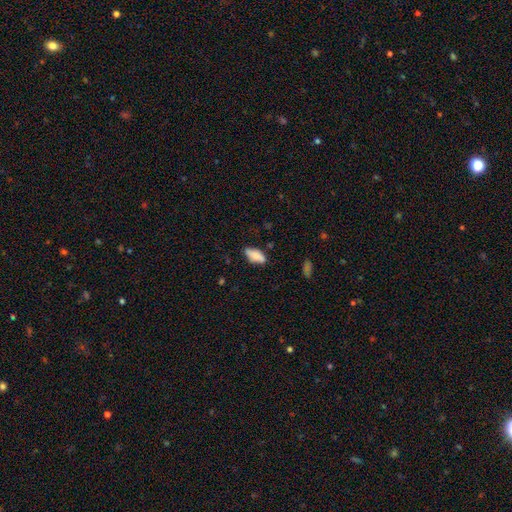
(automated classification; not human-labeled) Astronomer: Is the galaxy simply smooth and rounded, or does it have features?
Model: smooth — 82%.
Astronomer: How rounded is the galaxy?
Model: in between — 85%.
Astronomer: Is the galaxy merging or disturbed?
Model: none — 72%.